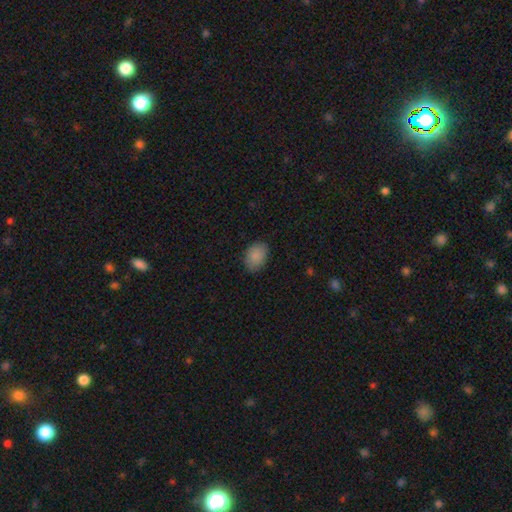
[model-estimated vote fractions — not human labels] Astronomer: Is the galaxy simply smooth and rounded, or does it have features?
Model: smooth — 88%.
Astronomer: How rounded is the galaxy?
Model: in between — 76%.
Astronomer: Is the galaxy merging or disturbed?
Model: none — 84%.